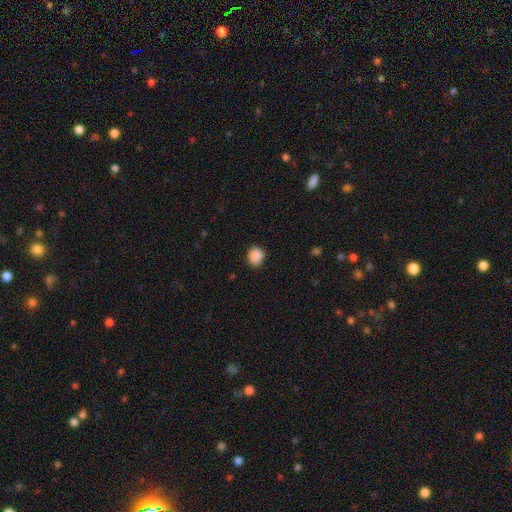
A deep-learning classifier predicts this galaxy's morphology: A smooth galaxy with no disk features (89%) that is round (72%).

Vote fractions:
- Smooth or featured? smooth: 89% / star or artifact: 9% / featured or disk: 2%
- How rounded? round: 72% / in between: 27% / cigar-shaped: 1%
- Merging? none: 87% / minor disturbance: 9% / major disturbance: 2% / merger: 1%